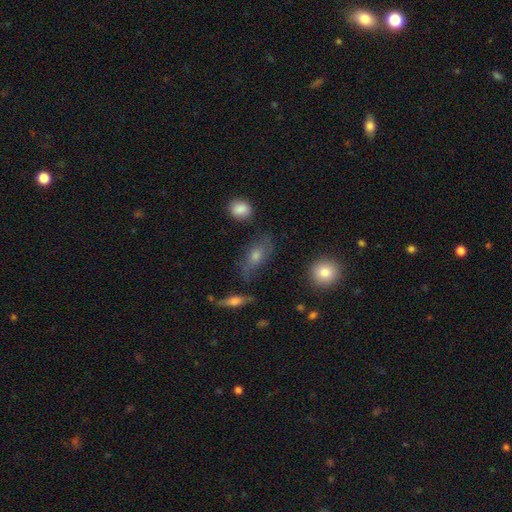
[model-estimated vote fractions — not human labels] A smooth galaxy with no disk features (52%) that is in between round and cigar-shaped (79%). Merging: none (67%).